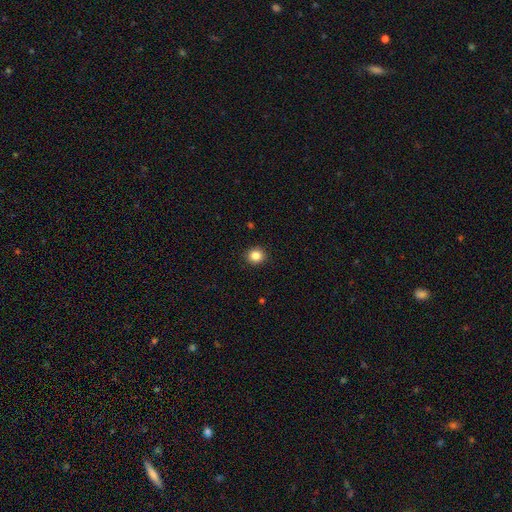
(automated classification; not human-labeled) A smooth galaxy with no disk features (85%) that is round (87%).

Vote fractions:
- Smooth or featured? smooth: 85% / star or artifact: 11% / featured or disk: 4%
- How rounded? round: 87% / in between: 12% / cigar-shaped: 1%
- Merging? none: 92% / minor disturbance: 5% / major disturbance: 2% / merger: 1%